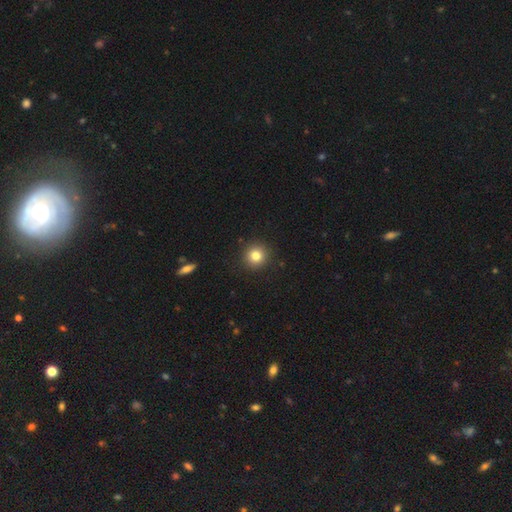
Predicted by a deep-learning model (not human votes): Overall: smooth (81%). How rounded: round (94%). Merging: none (92%).